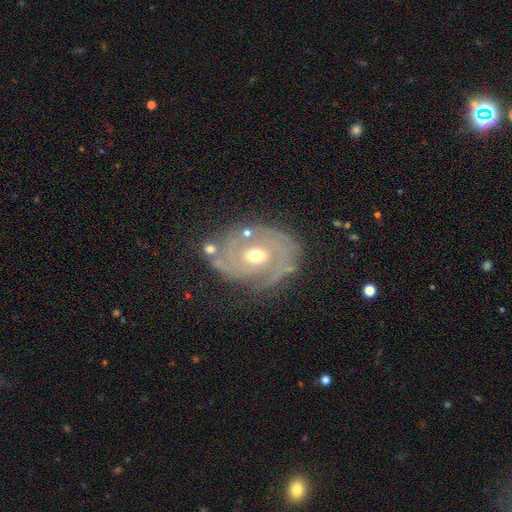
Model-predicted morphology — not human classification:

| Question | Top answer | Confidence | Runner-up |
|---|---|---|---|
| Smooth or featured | featured or disk | 85% | smooth (9%) |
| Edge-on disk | no | 96% | yes (4%) |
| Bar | no | 60% | weak (32%) |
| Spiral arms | yes | 90% | no (10%) |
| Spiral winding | tight | 69% | medium (24%) |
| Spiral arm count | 2 | 45% | can't tell (27%) |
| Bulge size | moderate | 60% | small (36%) |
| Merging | none | 69% | minor disturbance (19%) |